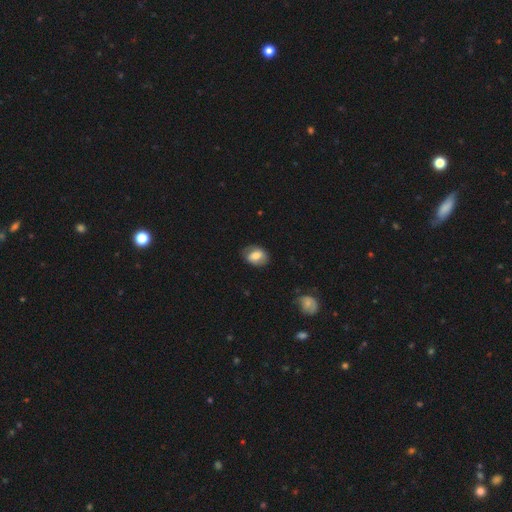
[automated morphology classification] Smooth or featured? Predicted: smooth (p=0.66). How rounded? Predicted: in between (p=0.71). Merging? Predicted: none (p=0.75).